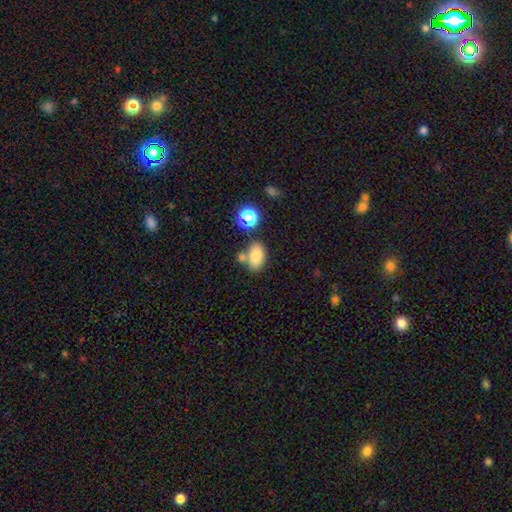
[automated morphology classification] This is clearly a smooth galaxy (80%). How rounded: clearly in between (84%). Merging: likely none (62%).